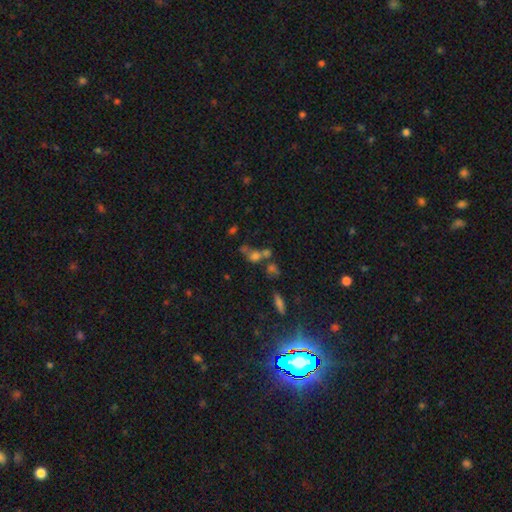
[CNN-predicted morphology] type=smooth (52%); roundness=round (55%); merging=merger (43%).